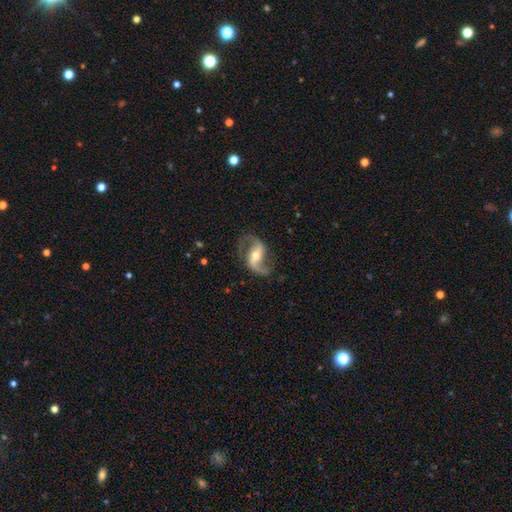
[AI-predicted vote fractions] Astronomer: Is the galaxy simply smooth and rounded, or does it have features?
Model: featured or disk — 90%.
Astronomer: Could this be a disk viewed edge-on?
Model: no — 97%.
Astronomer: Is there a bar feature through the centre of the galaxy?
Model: weak — 36%, tied with strong at 36%.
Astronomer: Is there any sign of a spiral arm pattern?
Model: yes — 97%.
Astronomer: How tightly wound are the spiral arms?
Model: loose — 60%.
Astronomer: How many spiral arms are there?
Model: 2 — 93%.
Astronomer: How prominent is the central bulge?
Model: moderate — 57% (runner-up: small, 37%).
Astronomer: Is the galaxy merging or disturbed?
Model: none — 79%.